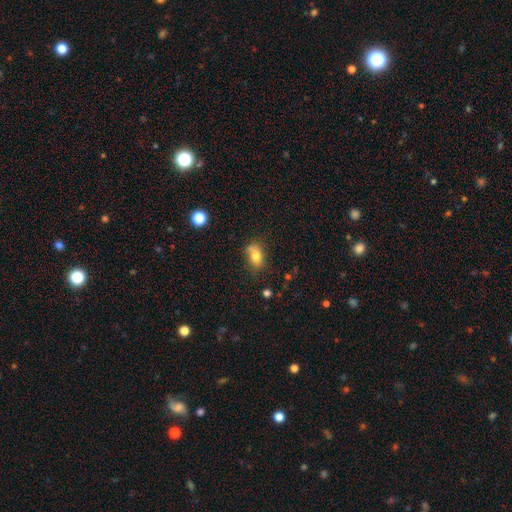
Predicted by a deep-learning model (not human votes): Overall: smooth (78%). How rounded: in between (79%). Merging: none (54%; minor disturbance 24%).